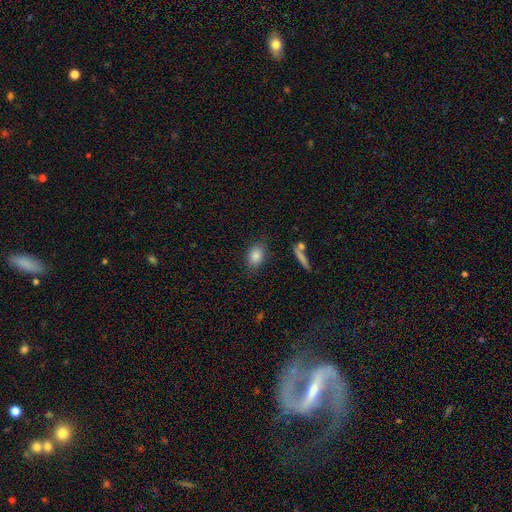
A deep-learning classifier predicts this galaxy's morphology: The model was most divided on "how rounded": in between: 78%, round: 20%, cigar-shaped: 2%. More confident: smooth or featured — smooth (85%); merging — none (82%).